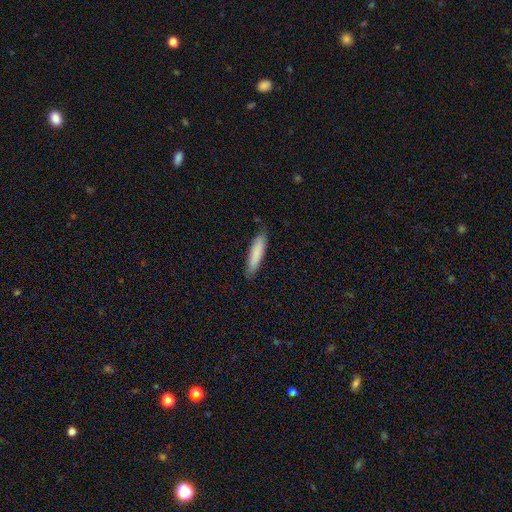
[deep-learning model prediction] Smooth or featured? Predicted: smooth (p=0.84). How rounded? Predicted: cigar-shaped (p=0.76). Merging? Predicted: none (p=0.82).